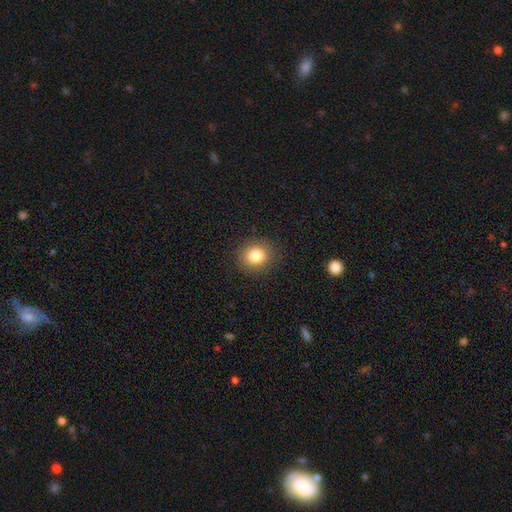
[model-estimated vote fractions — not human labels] This is clearly a smooth galaxy (82%). How rounded: likely round (79%). Merging: clearly none (88%).